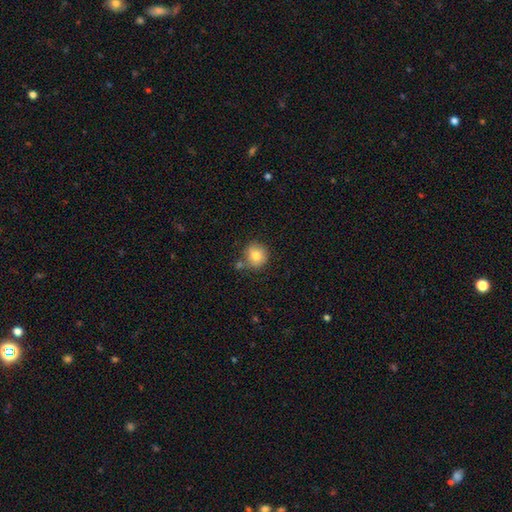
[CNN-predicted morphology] This appears to be a smooth galaxy with no disk features (78%) that is round (88%). Merging: none (67%).